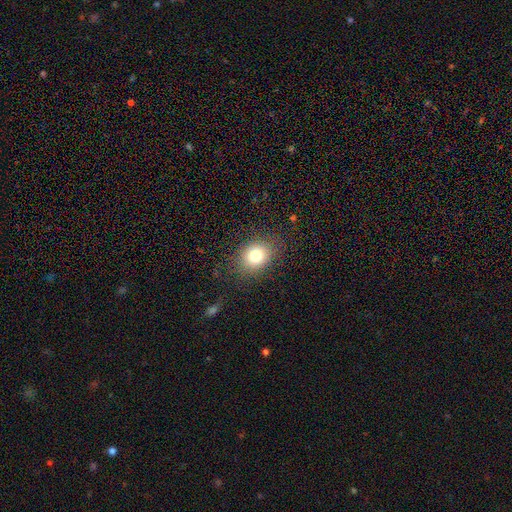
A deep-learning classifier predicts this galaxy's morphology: A smooth galaxy with no disk features (78%) that is round (52%).

Vote fractions:
- Smooth or featured? smooth: 78% / star or artifact: 12% / featured or disk: 10%
- How rounded? round: 52% / in between: 47% / cigar-shaped: 1%
- Merging? none: 84% / minor disturbance: 11% / major disturbance: 5% / merger: 1%